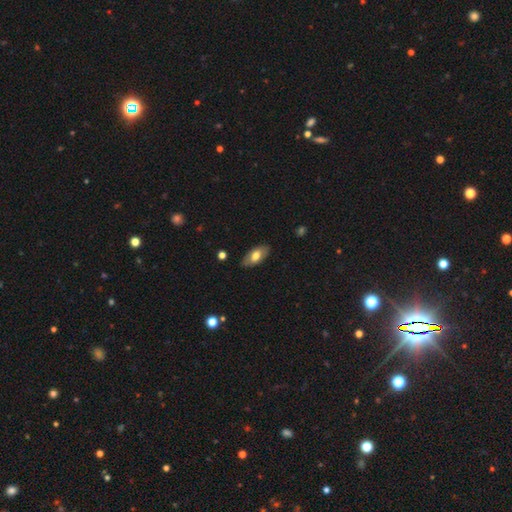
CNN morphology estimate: A smooth galaxy with no disk features (65%) that is in between round and cigar-shaped (91%).

Vote fractions:
- Smooth or featured? smooth: 65% / featured or disk: 29% / star or artifact: 6%
- How rounded? in between: 91% / cigar-shaped: 6% / round: 3%
- Merging? none: 84% / minor disturbance: 13% / major disturbance: 3% / merger: 1%